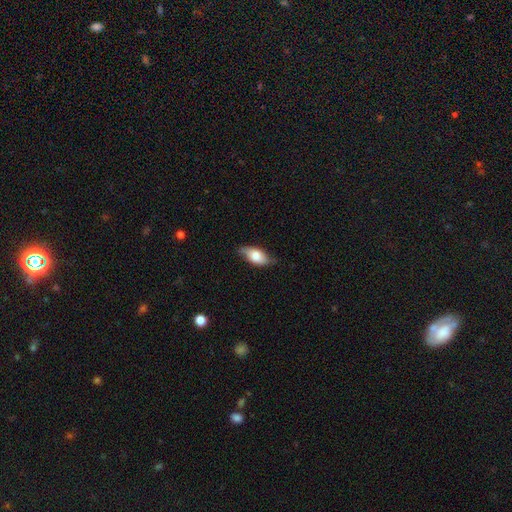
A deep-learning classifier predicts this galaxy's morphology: Smooth or featured? Predicted: smooth (p=0.71). How rounded? Predicted: in between (p=0.88). Merging? Predicted: none (p=0.74).